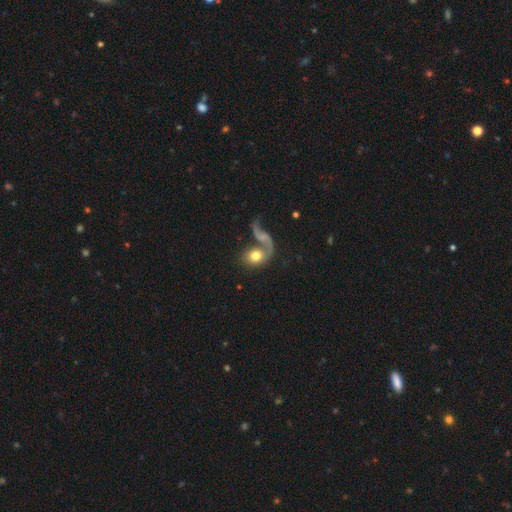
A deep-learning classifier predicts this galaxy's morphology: smooth 57%, featured or disk 34%, star or artifact 9%. Down the decision tree: how rounded — round (56%); merging — merger (37%, tied with none).